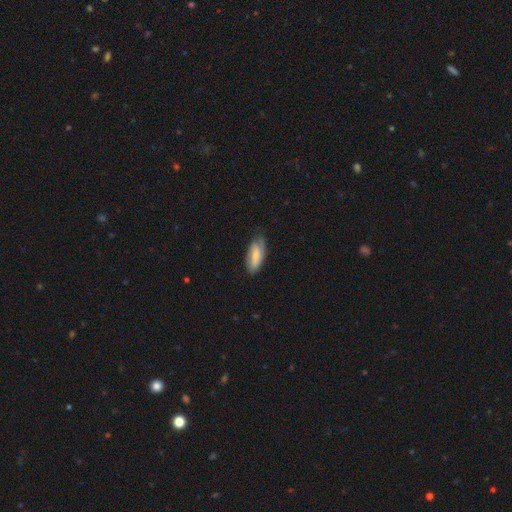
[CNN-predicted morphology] A featured or disk galaxy (47%). Merging: none (69%).